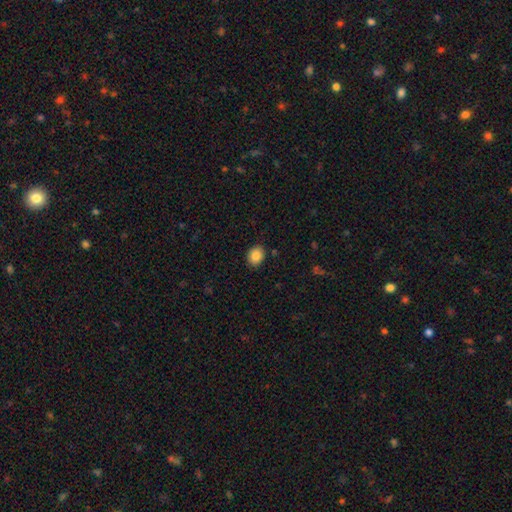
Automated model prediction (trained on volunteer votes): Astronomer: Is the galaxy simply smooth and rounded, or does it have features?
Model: smooth — 87%.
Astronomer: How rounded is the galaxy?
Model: round — 55% (runner-up: in between, 44%).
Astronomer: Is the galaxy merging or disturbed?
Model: none — 88%.